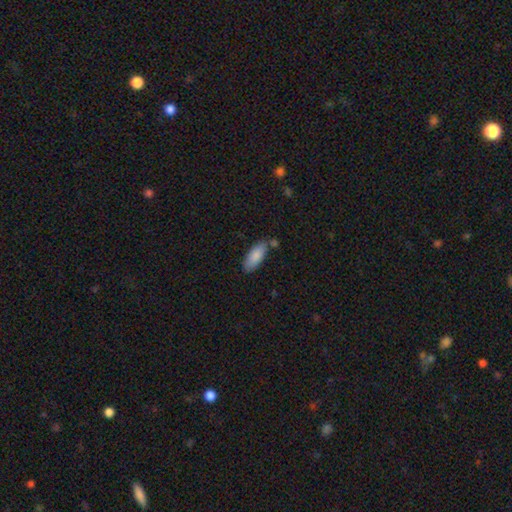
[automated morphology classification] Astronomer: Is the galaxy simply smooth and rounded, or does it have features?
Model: smooth — 85%.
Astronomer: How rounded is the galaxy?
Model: in between — 79%.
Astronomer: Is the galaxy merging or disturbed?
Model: none — 69%.